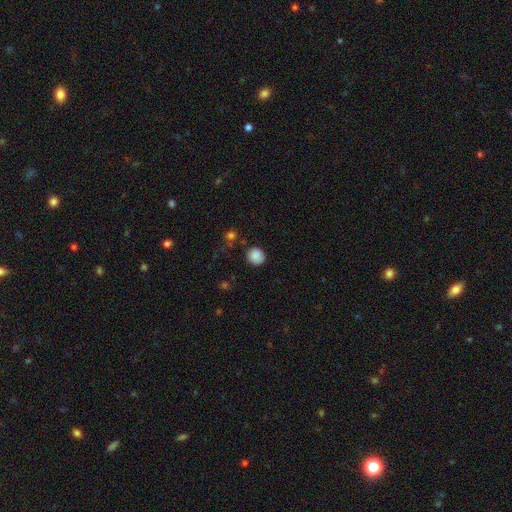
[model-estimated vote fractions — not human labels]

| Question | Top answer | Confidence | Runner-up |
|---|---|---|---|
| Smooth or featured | smooth | 87% | star or artifact (9%) |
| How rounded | round | 89% | in between (10%) |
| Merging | none | 82% | minor disturbance (12%) |